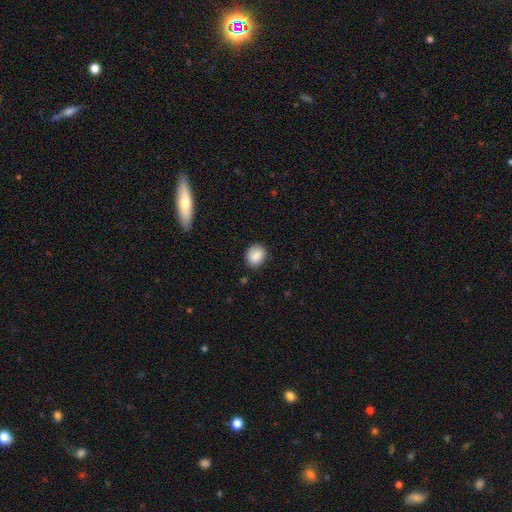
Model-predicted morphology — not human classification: smooth-or-featured: smooth: 87% | star or artifact: 8% | featured or disk: 5%
  how-rounded: round: 60% | in between: 39% | cigar-shaped: 1%
  merging: none: 82% | minor disturbance: 13% | major disturbance: 3% | merger: 1%